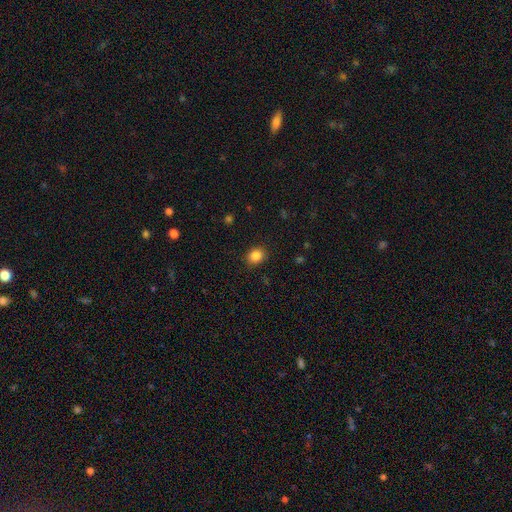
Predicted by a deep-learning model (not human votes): A smooth galaxy with no disk features (86%) that is round (67%).

Vote fractions:
- Smooth or featured? smooth: 86% / star or artifact: 10% / featured or disk: 4%
- How rounded? round: 67% / in between: 32% / cigar-shaped: 1%
- Merging? none: 89% / minor disturbance: 8% / major disturbance: 2% / merger: 1%